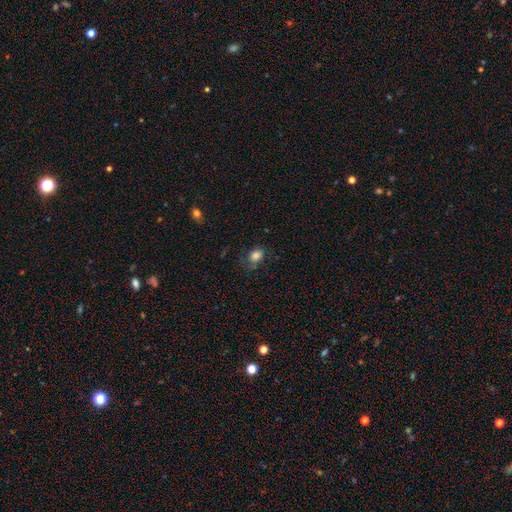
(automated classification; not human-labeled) Morphology: type=smooth (84%); roundness=in between (67%); merging=none (65%).